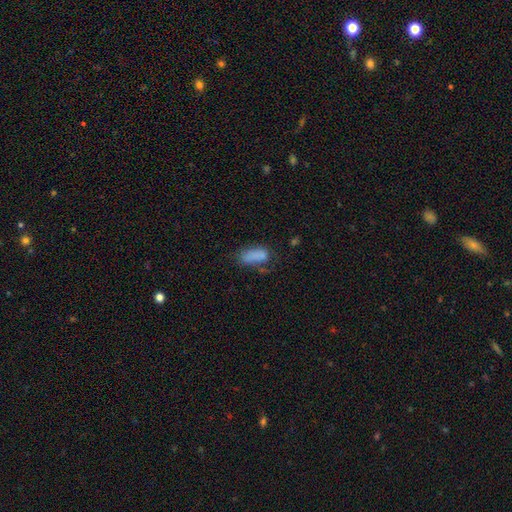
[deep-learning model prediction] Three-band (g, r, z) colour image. It shows a smooth galaxy with no disk features (77%) that is in between round and cigar-shaped (87%). Merging: none (40%).